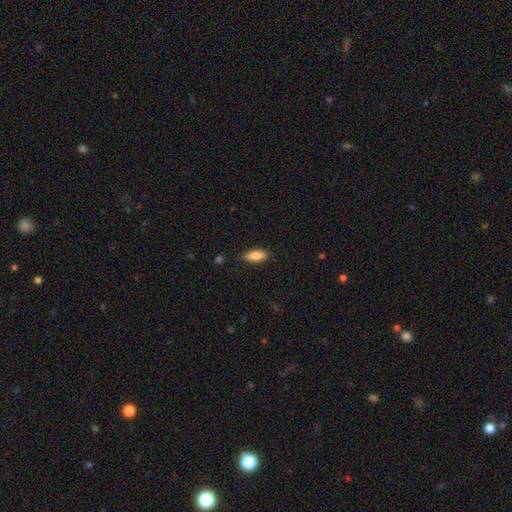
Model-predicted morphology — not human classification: The model was most divided on "how rounded": in between: 69%, cigar-shaped: 29%, round: 2%. More confident: smooth or featured — smooth (86%); merging — none (84%).